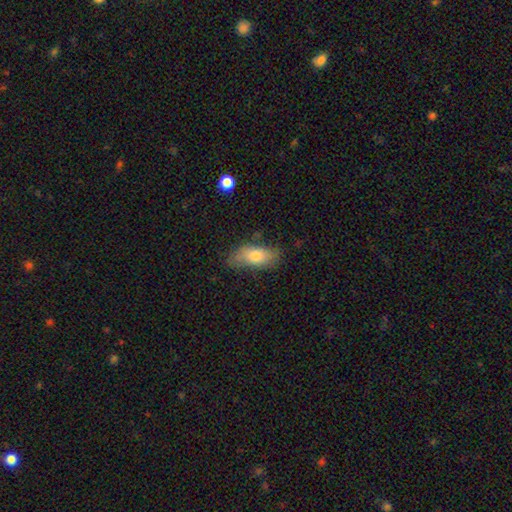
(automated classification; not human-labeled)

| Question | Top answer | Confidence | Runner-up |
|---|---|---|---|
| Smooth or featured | smooth | 71% | featured or disk (22%) |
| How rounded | in between | 85% | cigar-shaped (11%) |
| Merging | none | 62% | minor disturbance (28%) |